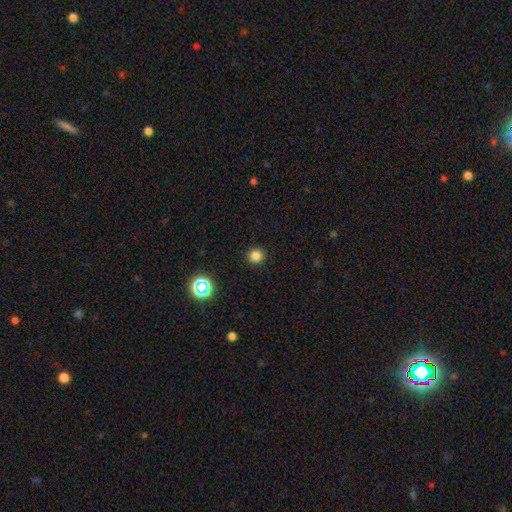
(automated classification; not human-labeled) smooth 81%, star or artifact 15%, featured or disk 4%. Down the decision tree: how rounded — round (93%); merging — none (92%).